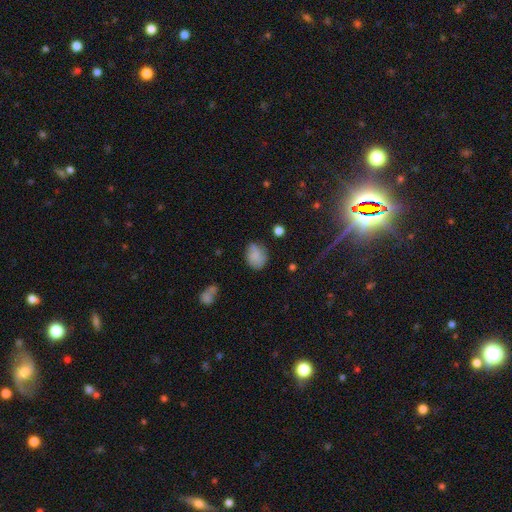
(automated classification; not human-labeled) Q: Smooth or featured?
A: smooth (75%); runner-up: featured or disk (15%)
Q: How rounded?
A: in between (56%); runner-up: round (43%)
Q: Merging?
A: none (63%); runner-up: minor disturbance (25%)